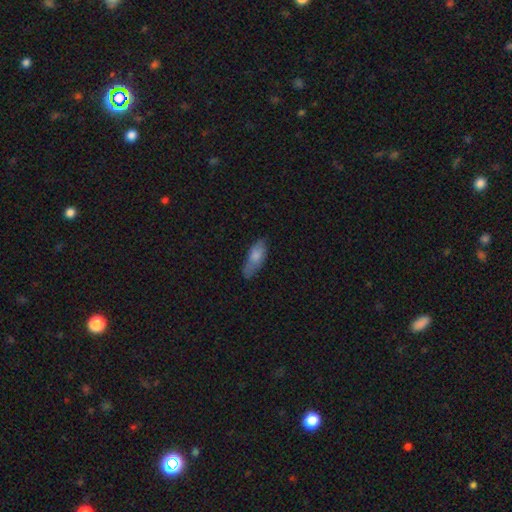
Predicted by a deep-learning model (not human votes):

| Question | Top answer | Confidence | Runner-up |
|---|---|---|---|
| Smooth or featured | smooth | 76% | featured or disk (18%) |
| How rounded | in between | 75% | cigar-shaped (23%) |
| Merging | none | 59% | minor disturbance (30%) |